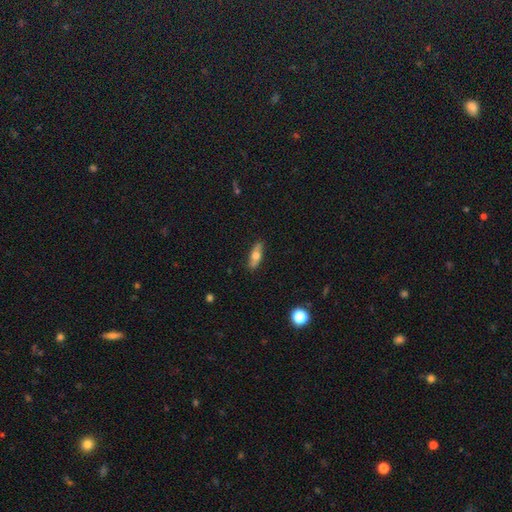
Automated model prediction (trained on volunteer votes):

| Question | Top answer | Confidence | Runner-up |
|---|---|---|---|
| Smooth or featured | smooth | 59% | featured or disk (34%) |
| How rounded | in between | 61% | cigar-shaped (35%) |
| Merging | none | 87% | minor disturbance (10%) |